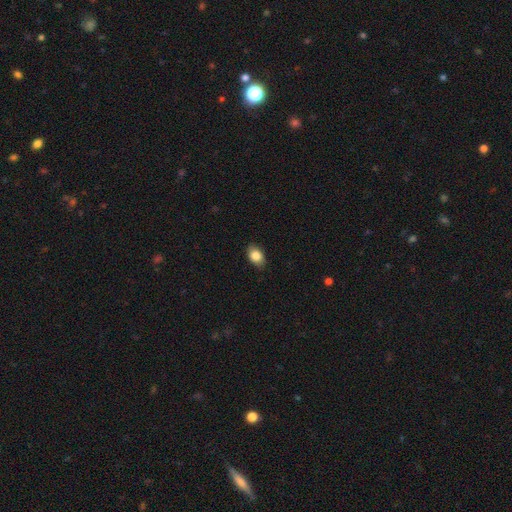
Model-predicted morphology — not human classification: smooth_or_featured: smooth (p=0.85) [alt: star or artifact p=0.08]
how_rounded: in between (p=0.83) [alt: round p=0.15]
merging: none (p=0.85) [alt: minor disturbance p=0.12]